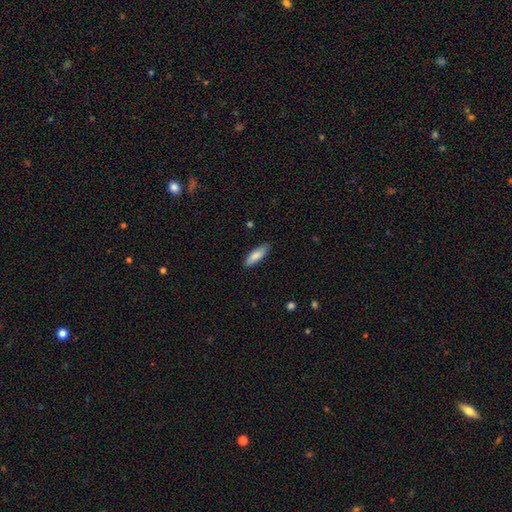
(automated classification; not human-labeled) Smooth or featured? smooth (85%)
How rounded? in between (56%)
Merging? none (85%)